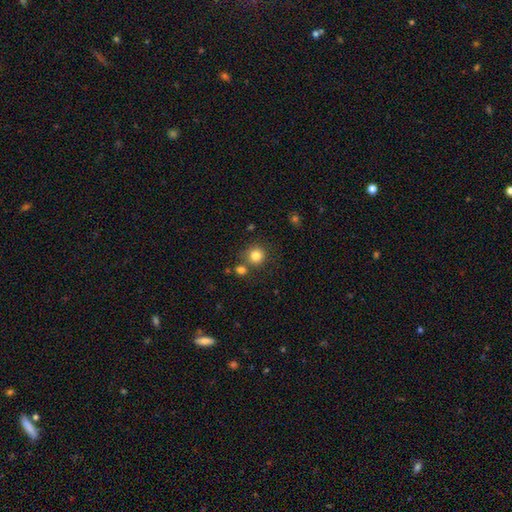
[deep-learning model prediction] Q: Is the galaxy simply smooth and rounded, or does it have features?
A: smooth — 82%.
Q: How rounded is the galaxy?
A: round — 92%.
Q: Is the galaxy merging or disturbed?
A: none — 73%.